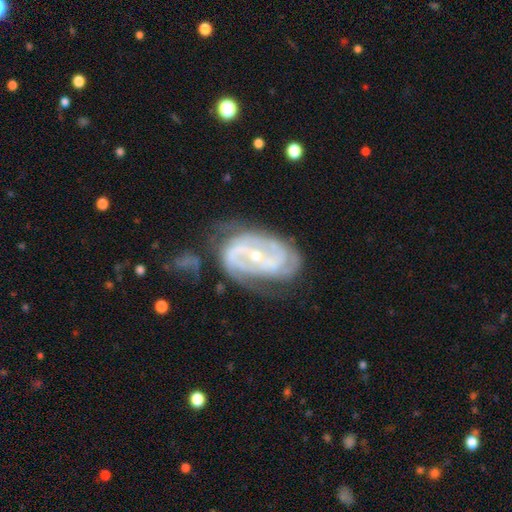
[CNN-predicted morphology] Smooth or featured: featured or disk — 88% (smooth — 7%)
Edge-on disk: no — 96% (yes — 4%)
Bar: weak — 36% (strong — 32%)
Spiral arms: yes — 94% (no — 6%)
Spiral winding: tight — 50% (medium — 37%)
Spiral arm count: 2 — 49% (can't tell — 22%)
Bulge size: small — 65% (moderate — 32%)
Merging: none — 53% (minor disturbance — 26%)